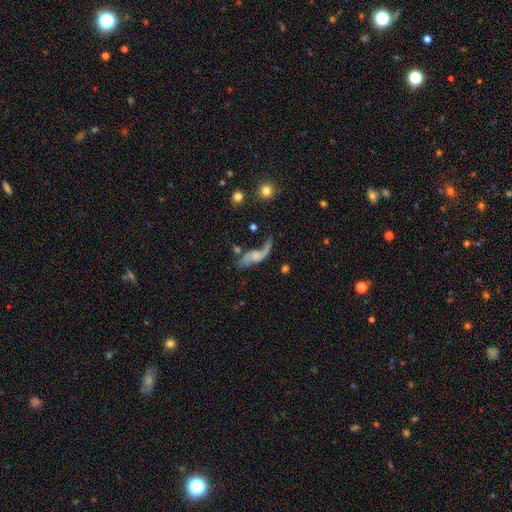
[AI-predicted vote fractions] Smooth or featured: featured or disk — 74% (smooth — 19%)
Edge-on disk: no — 91% (yes — 9%)
Bar: no — 62% (weak — 31%)
Spiral arms: yes — 89% (no — 11%)
Spiral winding: loose — 88% (medium — 10%)
Spiral arm count: 2 — 76% (1 — 18%)
Bulge size: small — 40% (none — 33%)
Merging: none — 38% (major disturbance — 29%)